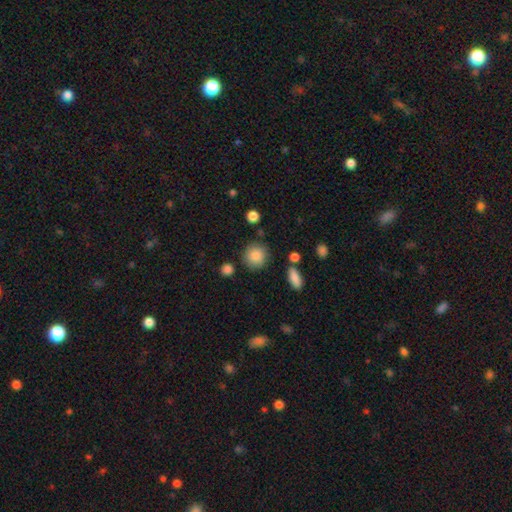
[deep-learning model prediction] smooth 86%, star or artifact 8%, featured or disk 6%. Down the decision tree: how rounded — round (88%); merging — none (83%).